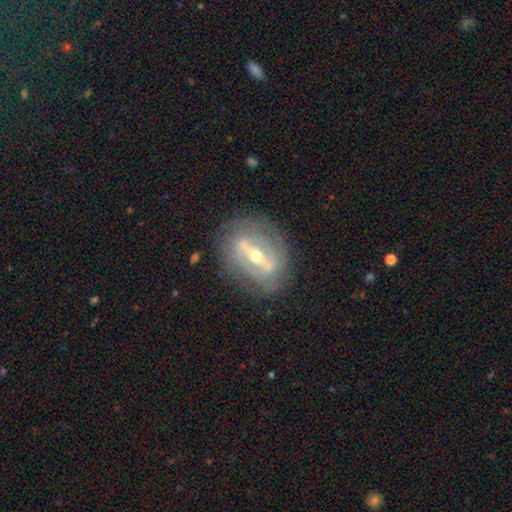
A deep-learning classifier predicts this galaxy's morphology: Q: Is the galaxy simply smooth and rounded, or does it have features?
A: featured or disk — 81%.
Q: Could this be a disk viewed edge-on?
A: no — 82%.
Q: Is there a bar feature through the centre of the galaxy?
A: strong — 75%.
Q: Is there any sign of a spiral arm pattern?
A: no — 52%.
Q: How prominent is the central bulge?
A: moderate — 60%.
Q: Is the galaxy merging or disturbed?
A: none — 77%.